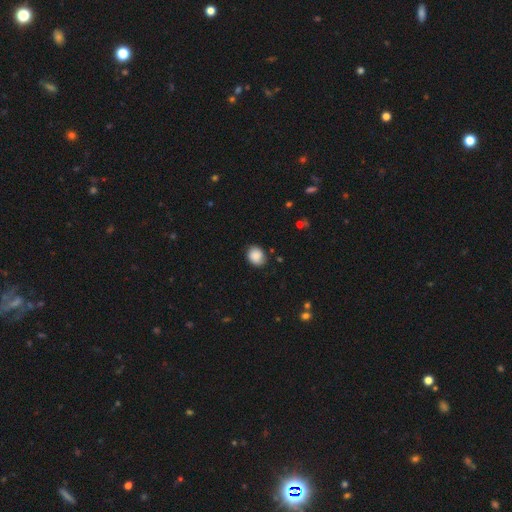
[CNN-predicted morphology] This appears to be a smooth galaxy with no disk features (87%) that is round (61%). Merging: none (81%).